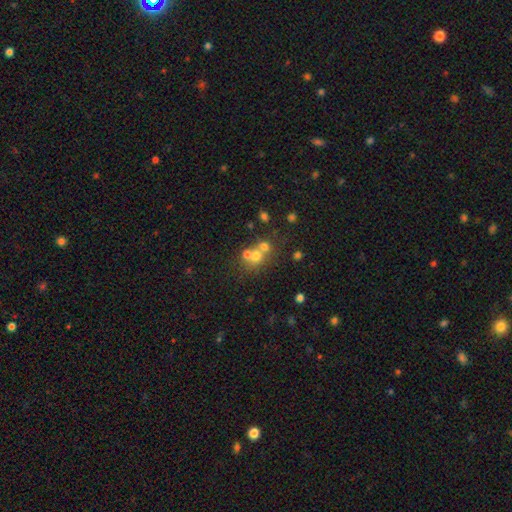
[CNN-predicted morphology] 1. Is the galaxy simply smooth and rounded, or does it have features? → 59% smooth, 22% featured or disk, 19% star or artifact.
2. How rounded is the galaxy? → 79% round, 20% in between, 1% cigar-shaped.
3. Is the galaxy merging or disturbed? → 51% merger, 37% none, 7% minor disturbance, 5% major disturbance.